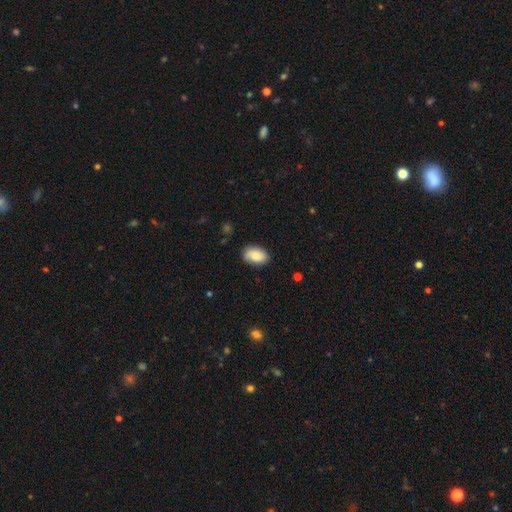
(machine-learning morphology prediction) Overall: smooth (80%). How rounded: in between (91%). Merging: none (81%).